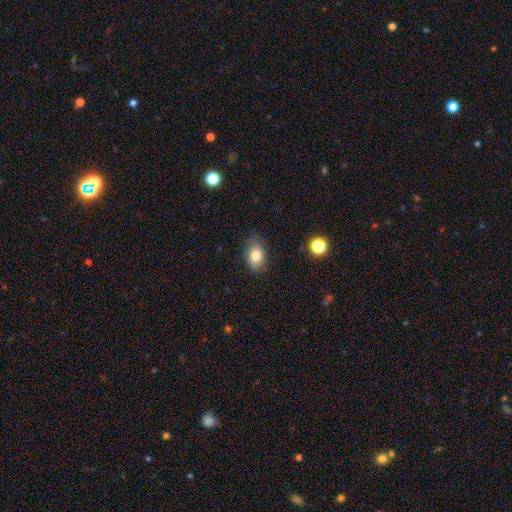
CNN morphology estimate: The model was most divided on "merging": none: 73%, minor disturbance: 21%, major disturbance: 4%, merger: 1%. More confident: how rounded — in between (83%); smooth or featured — smooth (81%).